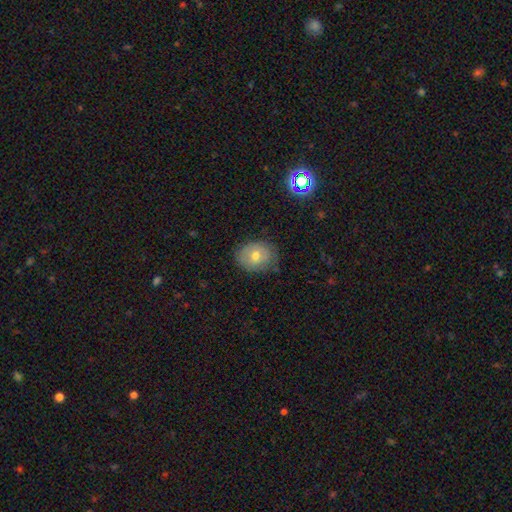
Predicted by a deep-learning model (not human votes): Morphology: type=smooth (65%); roundness=round (56%); merging=none (76%).